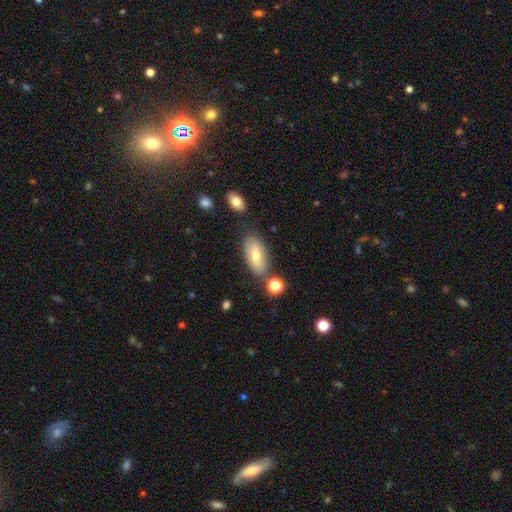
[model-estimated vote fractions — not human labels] This appears to be a smooth galaxy with no disk features (66%) that is in between round and cigar-shaped (89%). Merging: none (69%).